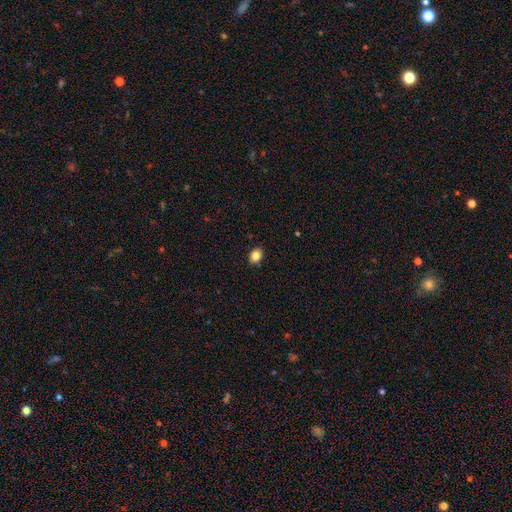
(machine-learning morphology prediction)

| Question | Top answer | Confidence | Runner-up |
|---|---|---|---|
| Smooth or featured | smooth | 84% | star or artifact (10%) |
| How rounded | in between | 61% | round (38%) |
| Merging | none | 88% | minor disturbance (9%) |